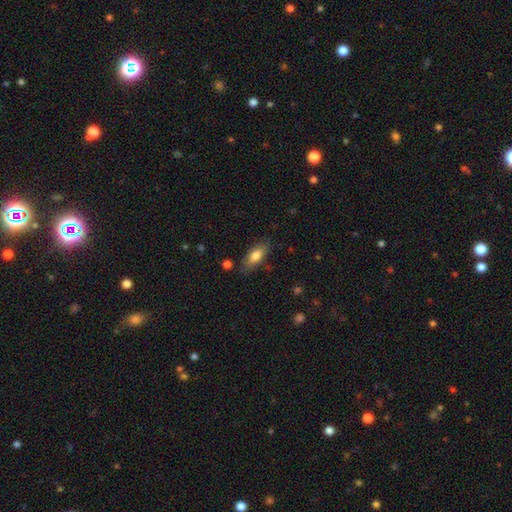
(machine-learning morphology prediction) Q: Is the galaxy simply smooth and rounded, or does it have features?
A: smooth — 78%.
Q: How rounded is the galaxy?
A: in between — 80%.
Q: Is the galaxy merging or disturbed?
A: none — 79%.